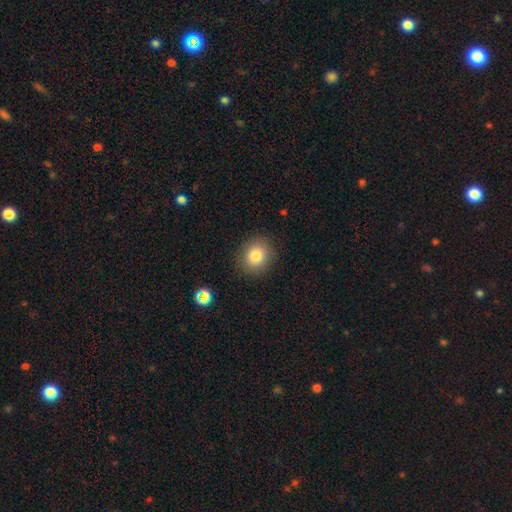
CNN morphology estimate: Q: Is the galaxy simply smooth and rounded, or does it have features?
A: smooth — 82%.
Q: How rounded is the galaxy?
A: round — 75%.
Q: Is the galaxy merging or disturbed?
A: none — 88%.